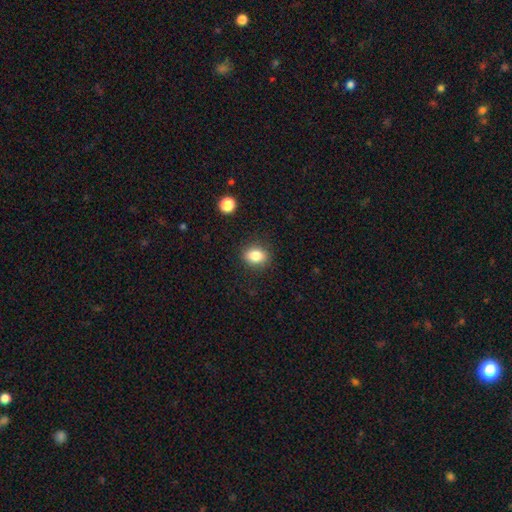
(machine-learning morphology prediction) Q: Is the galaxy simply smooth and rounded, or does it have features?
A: smooth — 84%.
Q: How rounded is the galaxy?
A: in between — 59%.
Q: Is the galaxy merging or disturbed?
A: none — 88%.